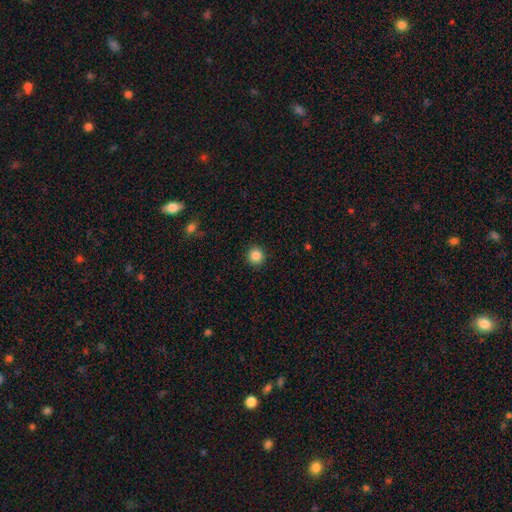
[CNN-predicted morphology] A smooth galaxy with no disk features (86%) that is round (95%).

Vote fractions:
- Smooth or featured? smooth: 86% / star or artifact: 10% / featured or disk: 4%
- How rounded? round: 95% / in between: 4% / cigar-shaped: 1%
- Merging? none: 93% / minor disturbance: 5% / major disturbance: 2% / merger: 1%